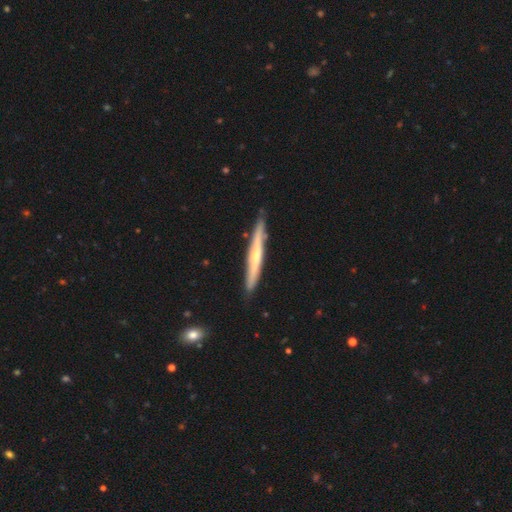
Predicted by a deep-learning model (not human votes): smooth_or_featured: featured or disk (p=0.61) [alt: smooth p=0.34]
disk_edge_on: yes (p=0.94) [alt: no p=0.06]
edge_on_bulge: rounded (p=0.63) [alt: none p=0.33]
merging: none (p=0.86) [alt: minor disturbance p=0.11]